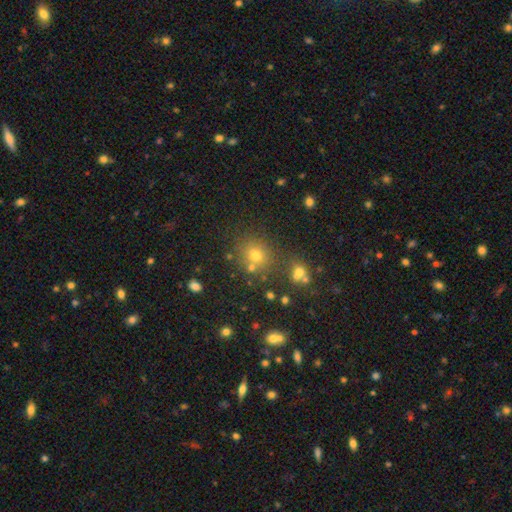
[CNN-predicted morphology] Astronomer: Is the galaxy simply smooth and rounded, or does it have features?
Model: smooth — 66%.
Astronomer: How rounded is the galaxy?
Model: round — 80%.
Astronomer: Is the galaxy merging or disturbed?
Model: none — 70%.